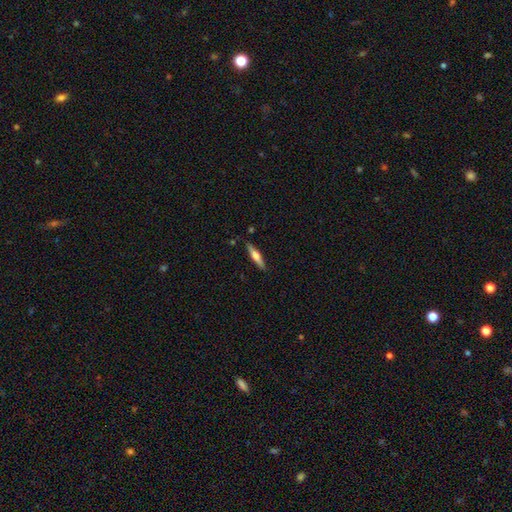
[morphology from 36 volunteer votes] Q: Smooth or featured?
A: smooth (78%); runner-up: featured or disk (19%)
Q: How rounded?
A: cigar-shaped (79%); runner-up: in between (21%)
Q: Merging?
A: none (80%); runner-up: minor disturbance (14%)